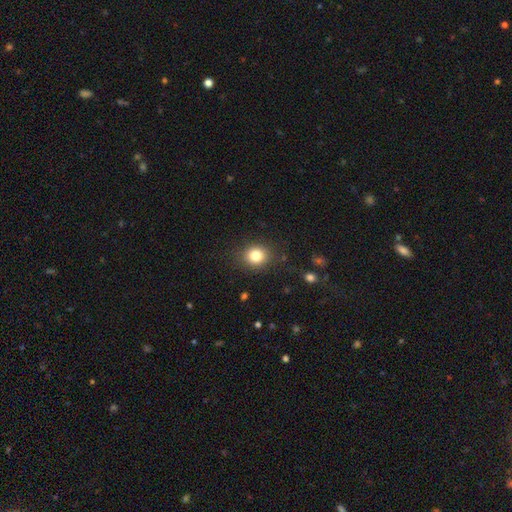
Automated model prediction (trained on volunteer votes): Smooth or featured? smooth (82%)
How rounded? round (75%)
Merging? none (86%)